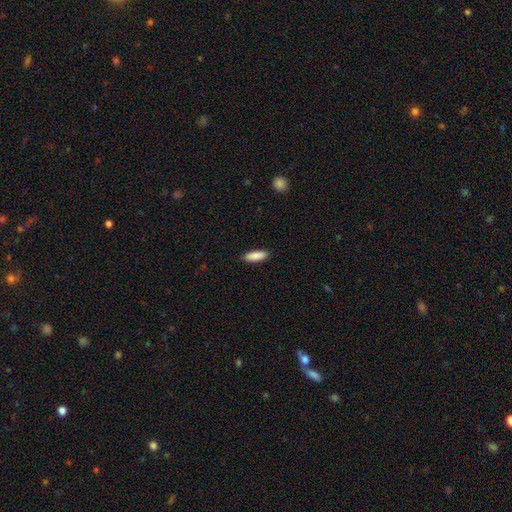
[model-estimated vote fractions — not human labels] A smooth galaxy with no disk features (90%) that is in between round and cigar-shaped (64%).

Vote fractions:
- Smooth or featured? smooth: 90% / star or artifact: 6% / featured or disk: 5%
- How rounded? in between: 64% / cigar-shaped: 34% / round: 2%
- Merging? none: 89% / minor disturbance: 8% / major disturbance: 2% / merger: 1%